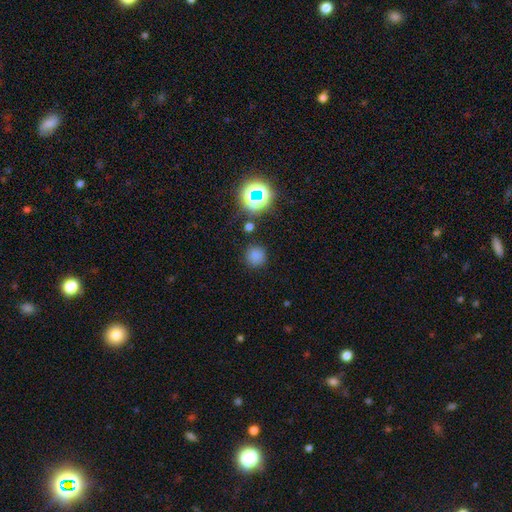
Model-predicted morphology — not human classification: smooth 74%, star or artifact 20%, featured or disk 5%. Down the decision tree: how rounded — round (92%); merging — none (84%).